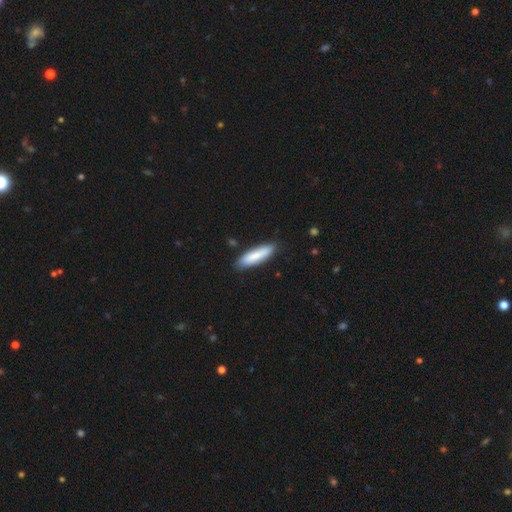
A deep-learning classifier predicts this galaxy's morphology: smooth 80%, featured or disk 15%, star or artifact 5%. Down the decision tree: how rounded — cigar-shaped (66%); merging — none (84%).